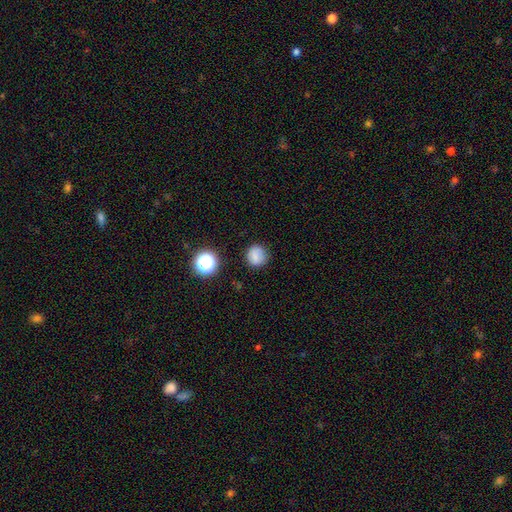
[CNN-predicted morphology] A smooth galaxy with no disk features (78%) that is round (91%). Merging: none (86%).